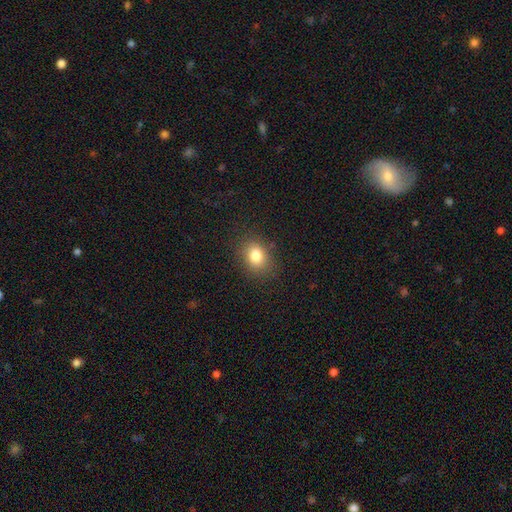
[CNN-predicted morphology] Smooth or featured: smooth — 81% (star or artifact — 11%)
How rounded: in between — 58% (round — 41%)
Merging: none — 84% (minor disturbance — 11%)